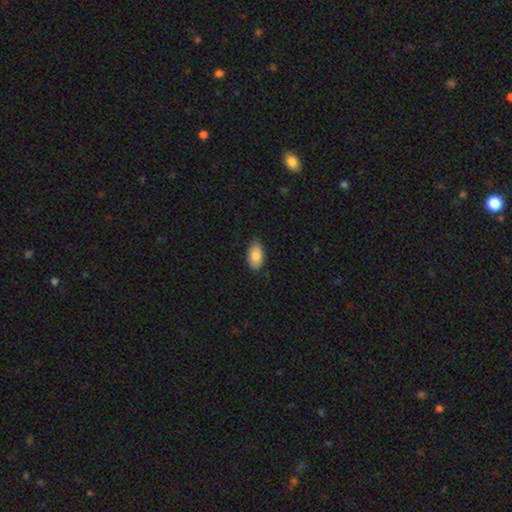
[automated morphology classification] Smooth or featured? Predicted: smooth (p=0.88). How rounded? Predicted: in between (p=0.94). Merging? Predicted: none (p=0.83).